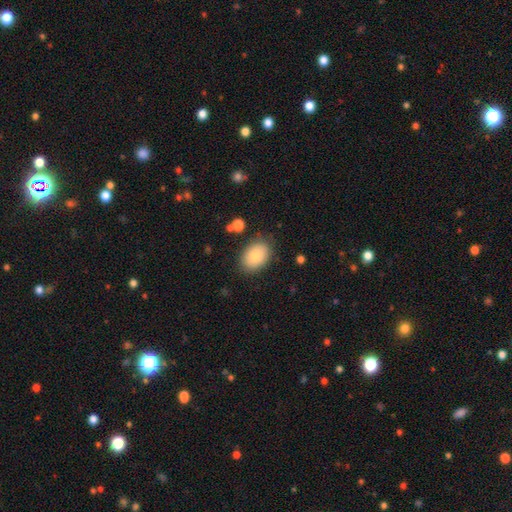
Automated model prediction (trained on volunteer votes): smooth 80%, featured or disk 12%, star or artifact 7%. Down the decision tree: how rounded — in between (81%); merging — none (83%).